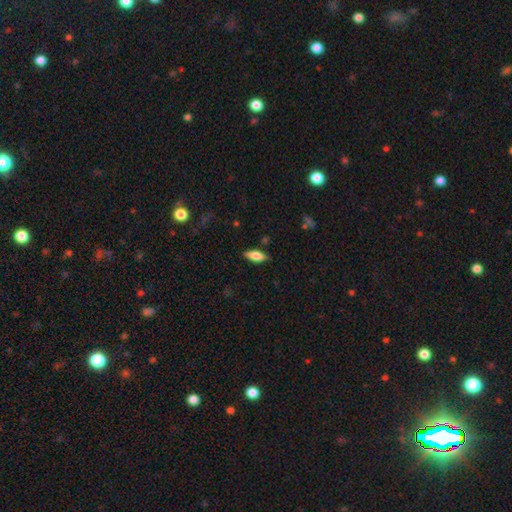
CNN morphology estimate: smooth 70%, featured or disk 23%, star or artifact 7%. Down the decision tree: how rounded — in between (74%); merging — none (85%).